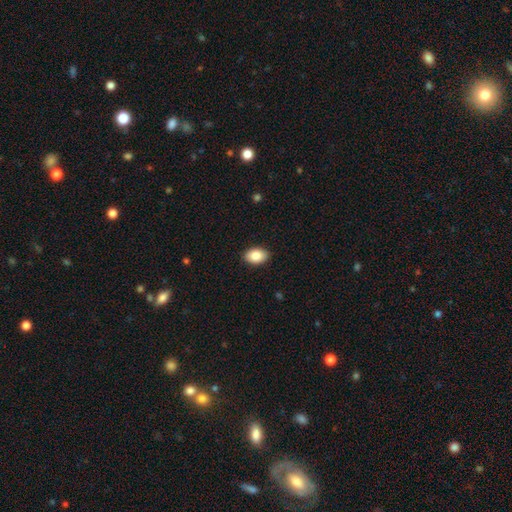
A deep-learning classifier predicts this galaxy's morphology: Smooth or featured?
  - smooth: 86% *
  - star or artifact: 7%
  - featured or disk: 7%
How rounded?
  - in between: 86% *
  - round: 13%
  - cigar-shaped: 1%
Merging?
  - none: 90% *
  - minor disturbance: 8%
  - major disturbance: 2%
  - merger: 1%